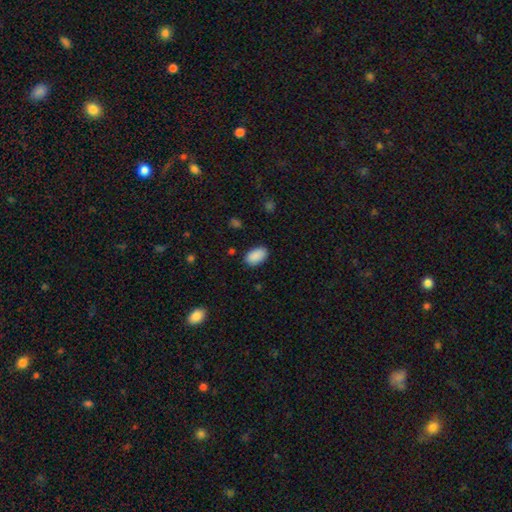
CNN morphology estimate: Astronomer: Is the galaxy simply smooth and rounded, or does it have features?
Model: smooth — 90%.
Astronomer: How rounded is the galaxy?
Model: in between — 93%.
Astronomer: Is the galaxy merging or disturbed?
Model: none — 86%.